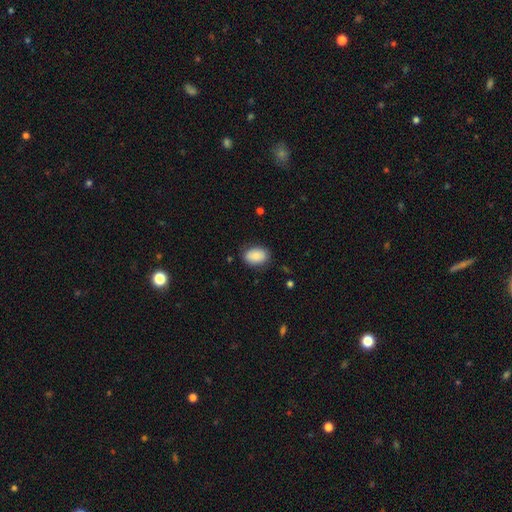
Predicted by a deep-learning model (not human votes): Q: Smooth or featured?
A: smooth (85%); runner-up: featured or disk (8%)
Q: How rounded?
A: in between (83%); runner-up: round (16%)
Q: Merging?
A: none (81%); runner-up: minor disturbance (14%)